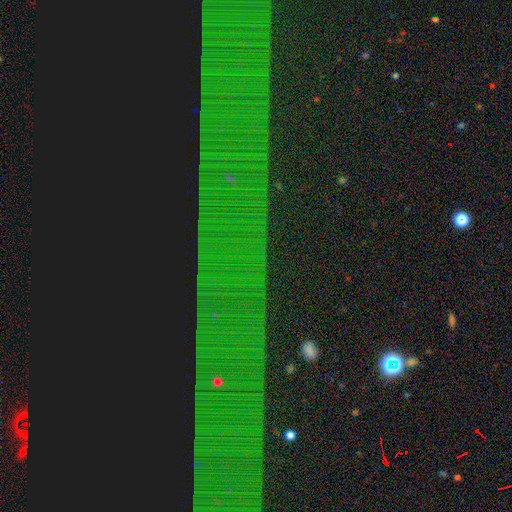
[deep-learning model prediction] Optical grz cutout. It shows a star or artifact, not a galaxy (83%).